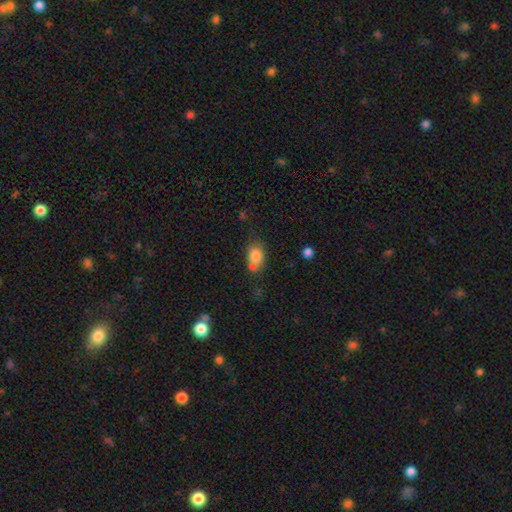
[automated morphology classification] Smooth or featured: smooth — 79% (featured or disk — 11%)
How rounded: in between — 59% (round — 39%)
Merging: none — 44% (merger — 34%)